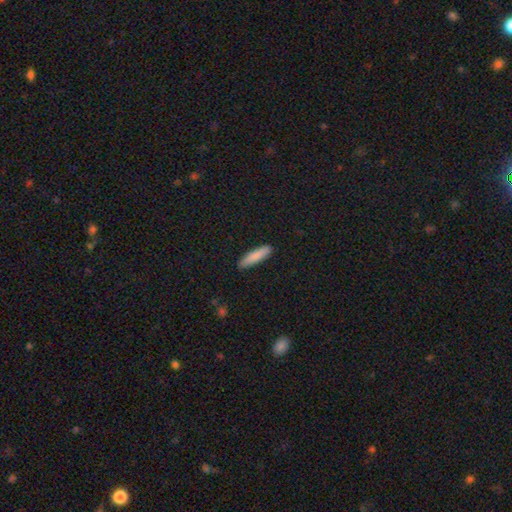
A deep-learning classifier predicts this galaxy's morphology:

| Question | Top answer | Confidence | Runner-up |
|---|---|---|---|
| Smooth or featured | smooth | 84% | featured or disk (10%) |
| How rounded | cigar-shaped | 80% | in between (18%) |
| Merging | none | 90% | minor disturbance (7%) |